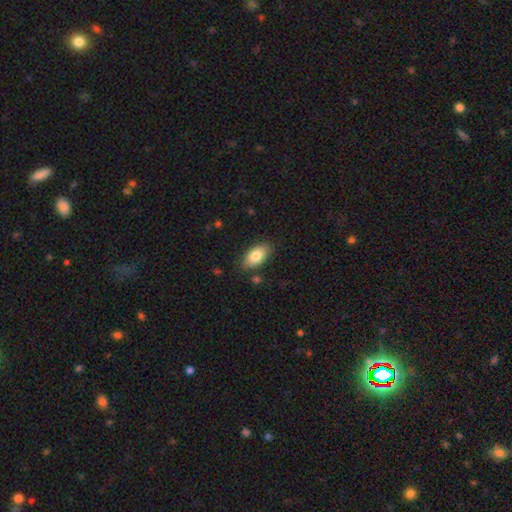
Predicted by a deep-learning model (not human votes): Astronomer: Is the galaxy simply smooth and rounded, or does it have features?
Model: smooth — 81%.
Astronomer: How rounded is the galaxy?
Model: in between — 92%.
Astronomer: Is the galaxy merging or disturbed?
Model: none — 83%.